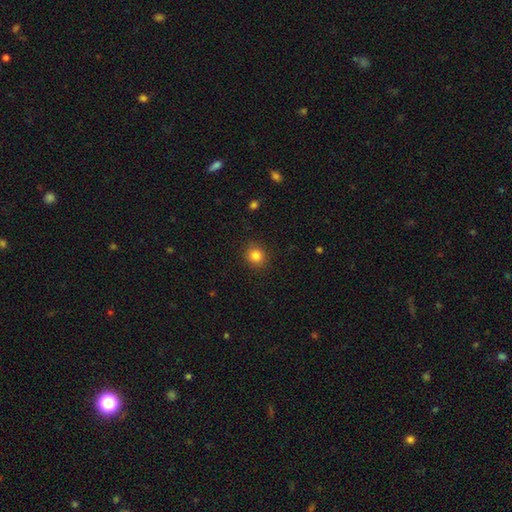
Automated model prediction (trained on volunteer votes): A smooth galaxy with no disk features (84%) that is round (87%).

Vote fractions:
- Smooth or featured? smooth: 84% / star or artifact: 11% / featured or disk: 5%
- How rounded? round: 87% / in between: 12% / cigar-shaped: 1%
- Merging? none: 90% / minor disturbance: 7% / major disturbance: 2% / merger: 1%